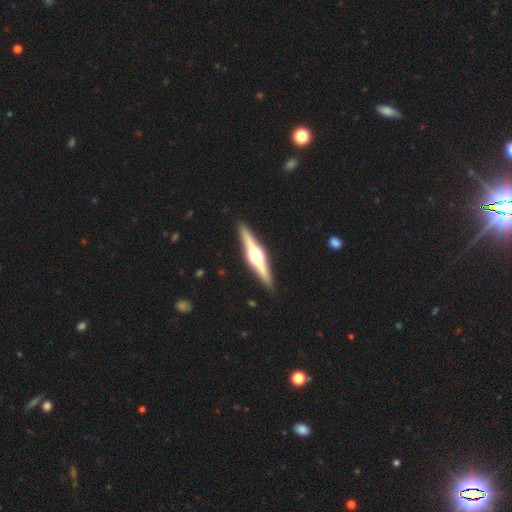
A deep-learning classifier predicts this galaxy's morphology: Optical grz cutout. It shows a featured or disk galaxy (79%) viewed edge-on (98%) with a rounded central bulge (91%). Merging: none (91%).